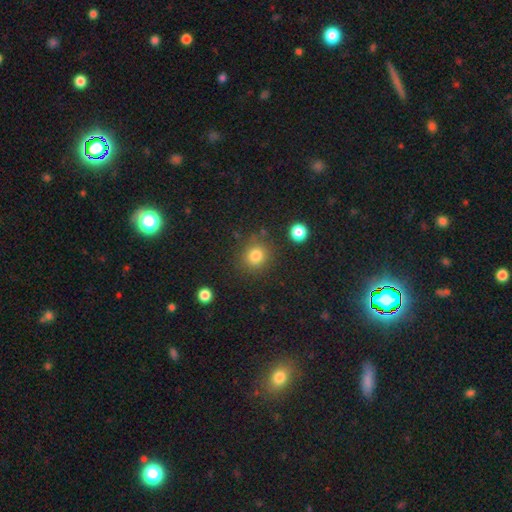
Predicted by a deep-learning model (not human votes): A smooth galaxy with no disk features (82%) that is round (86%). Merging: none (82%).